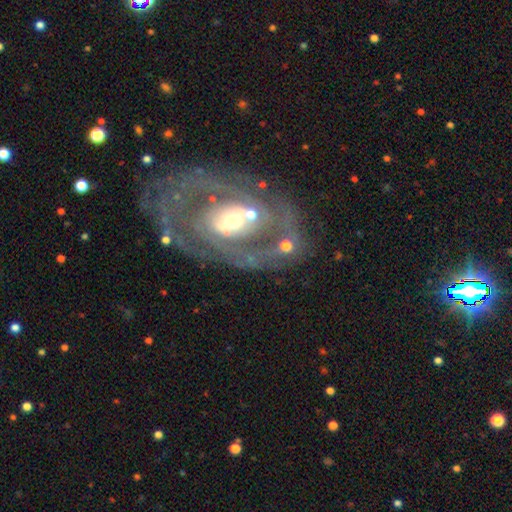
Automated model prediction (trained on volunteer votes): Smooth or featured? featured or disk (79%)
Edge-on disk? no (95%)
Bar? no (57%)
Spiral arms? yes (63%)
Bulge size? moderate (53%)
Merging? none (66%)